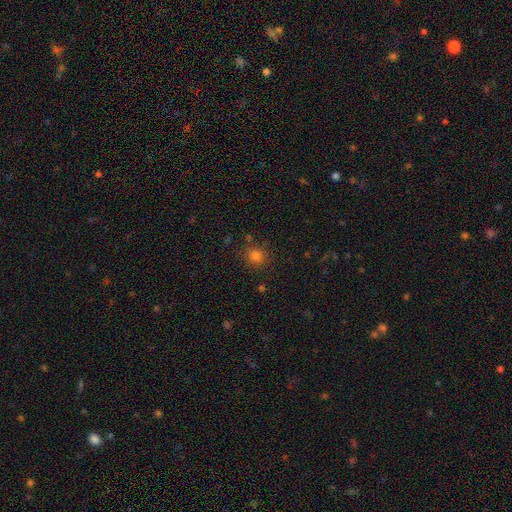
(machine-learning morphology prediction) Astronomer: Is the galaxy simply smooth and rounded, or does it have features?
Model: smooth — 77%.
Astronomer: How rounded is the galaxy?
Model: round — 88%.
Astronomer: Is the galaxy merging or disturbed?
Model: none — 84%.